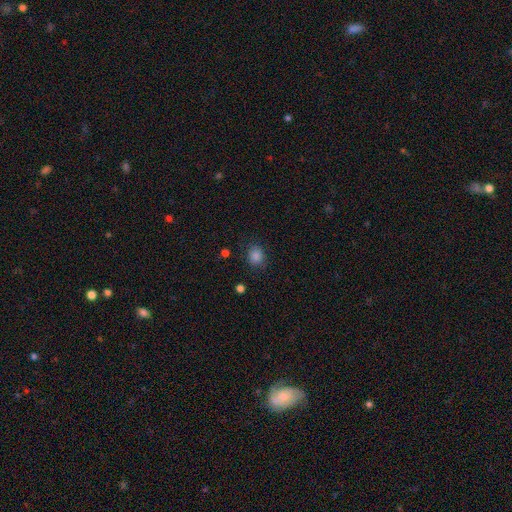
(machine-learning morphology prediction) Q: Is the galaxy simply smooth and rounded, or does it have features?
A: smooth — 85%.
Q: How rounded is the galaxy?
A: round — 71%.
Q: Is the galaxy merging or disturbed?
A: none — 84%.